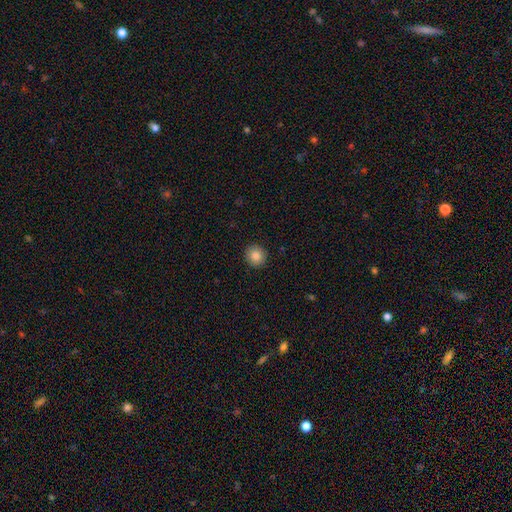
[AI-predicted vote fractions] smooth-or-featured: smooth: 85% | star or artifact: 9% | featured or disk: 6%
  how-rounded: round: 89% | in between: 10% | cigar-shaped: 1%
  merging: none: 92% | minor disturbance: 6% | major disturbance: 2% | merger: 1%